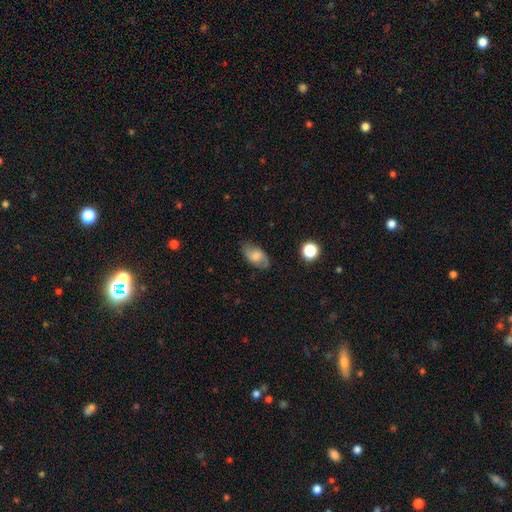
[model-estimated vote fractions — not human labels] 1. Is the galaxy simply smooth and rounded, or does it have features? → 54% smooth, 37% featured or disk, 9% star or artifact.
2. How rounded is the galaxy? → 90% in between, 7% round, 3% cigar-shaped.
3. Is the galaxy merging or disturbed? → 73% none, 20% minor disturbance, 6% major disturbance, 1% merger.